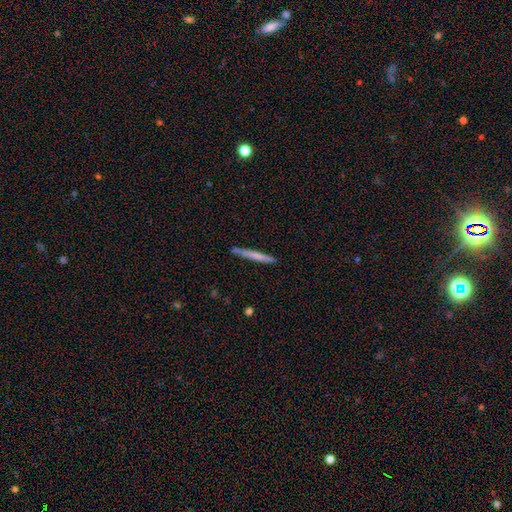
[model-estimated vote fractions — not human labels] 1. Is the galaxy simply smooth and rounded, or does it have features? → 61% smooth, 34% featured or disk, 6% star or artifact.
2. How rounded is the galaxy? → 97% cigar-shaped, 2% in between, 1% round.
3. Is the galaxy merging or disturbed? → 88% none, 9% minor disturbance, 2% merger, 2% major disturbance.